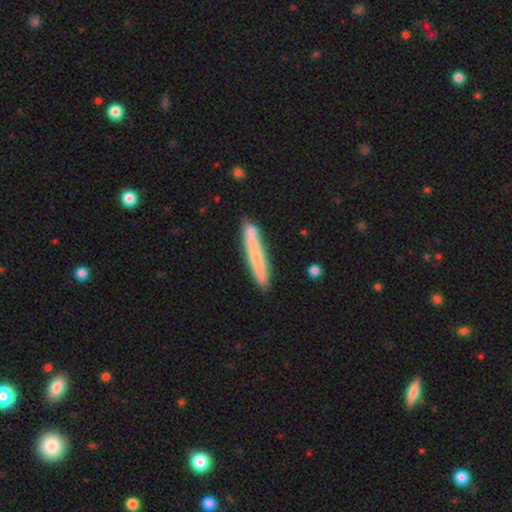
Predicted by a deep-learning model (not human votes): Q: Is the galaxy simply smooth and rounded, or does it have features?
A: smooth — 63%.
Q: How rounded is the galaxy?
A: cigar-shaped — 94%.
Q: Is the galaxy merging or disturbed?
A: none — 76%.